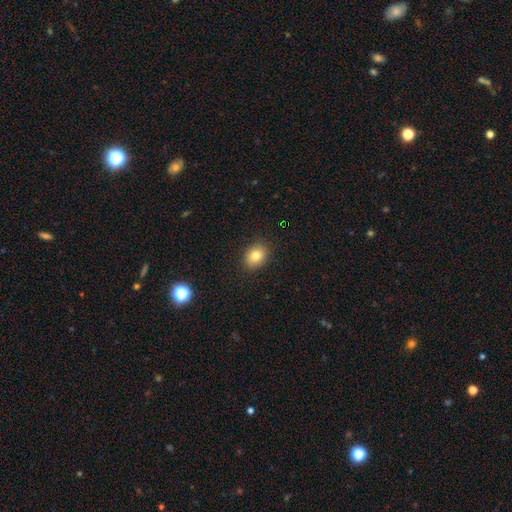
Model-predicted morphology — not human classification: Smooth or featured?
  - smooth: 82% *
  - star or artifact: 10%
  - featured or disk: 8%
How rounded?
  - in between: 55% *
  - round: 44%
  - cigar-shaped: 1%
Merging?
  - none: 89% *
  - minor disturbance: 8%
  - major disturbance: 2%
  - merger: 1%